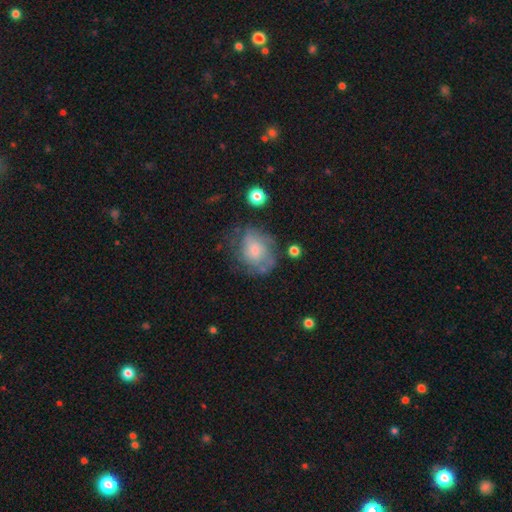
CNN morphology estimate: This is possibly a featured or disk galaxy (45%, tied with smooth). Merging: possibly none (53%).